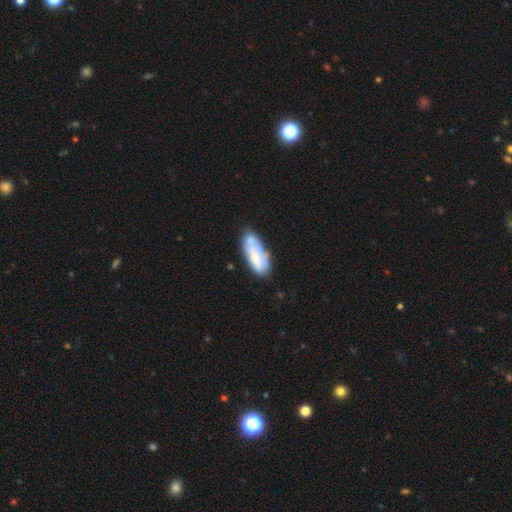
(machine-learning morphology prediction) Smooth or featured?
  - smooth: 65% *
  - featured or disk: 28%
  - star or artifact: 7%
How rounded?
  - in between: 73% *
  - cigar-shaped: 25%
  - round: 2%
Merging?
  - none: 55% *
  - minor disturbance: 27%
  - merger: 11%
  - major disturbance: 7%